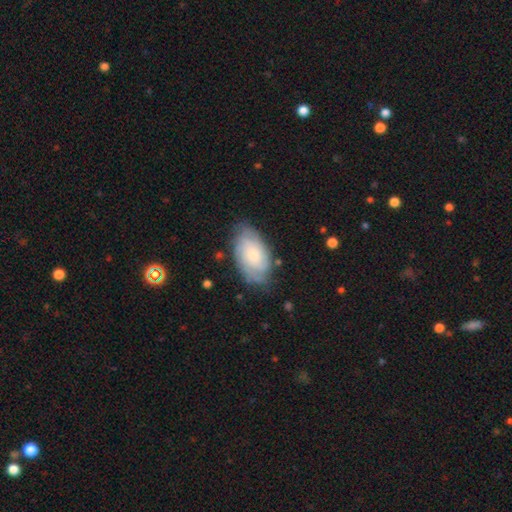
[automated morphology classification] type=featured or disk (50%); edge-on=no (95%); merging=none (68%).